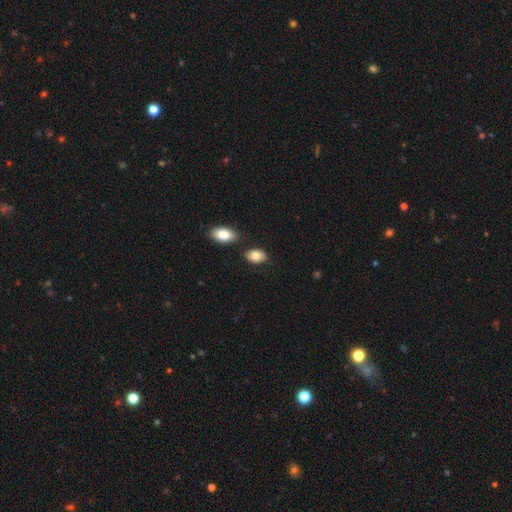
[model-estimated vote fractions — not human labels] This appears to be a smooth galaxy with no disk features (82%) that is in between round and cigar-shaped (88%). Merging: none (78%).